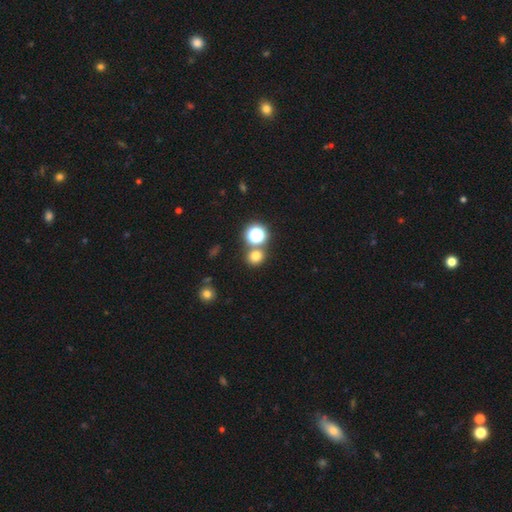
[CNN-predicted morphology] smooth 71%, star or artifact 22%, featured or disk 6%. Down the decision tree: how rounded — round (86%); merging — none (74%).